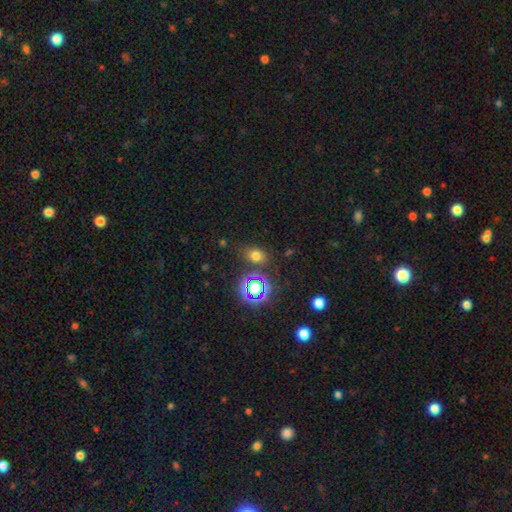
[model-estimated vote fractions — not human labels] The model was most divided on "how rounded": in between: 63%, round: 35%, cigar-shaped: 2%. More confident: merging — none (77%); smooth or featured — smooth (65%).